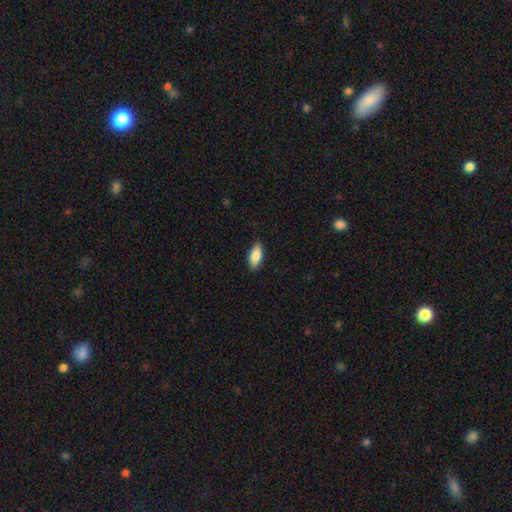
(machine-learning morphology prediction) A smooth galaxy with no disk features (86%) that is in between round and cigar-shaped (85%).

Vote fractions:
- Smooth or featured? smooth: 86% / featured or disk: 8% / star or artifact: 6%
- How rounded? in between: 85% / cigar-shaped: 13% / round: 2%
- Merging? none: 87% / minor disturbance: 10% / major disturbance: 2% / merger: 1%